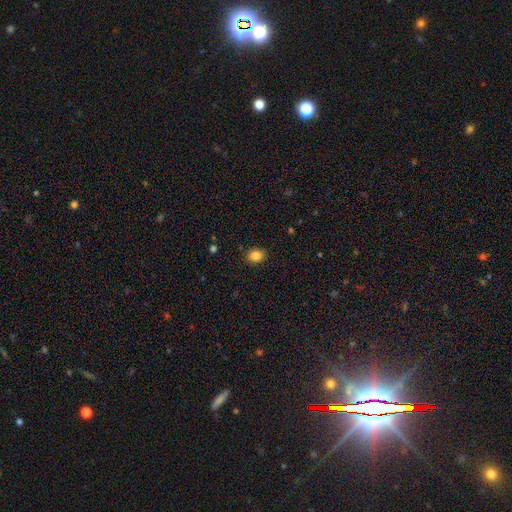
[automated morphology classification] smooth_or_featured: smooth (p=0.84) [alt: star or artifact p=0.11]
how_rounded: round (p=0.57) [alt: in between p=0.42]
merging: none (p=0.88) [alt: minor disturbance p=0.09]